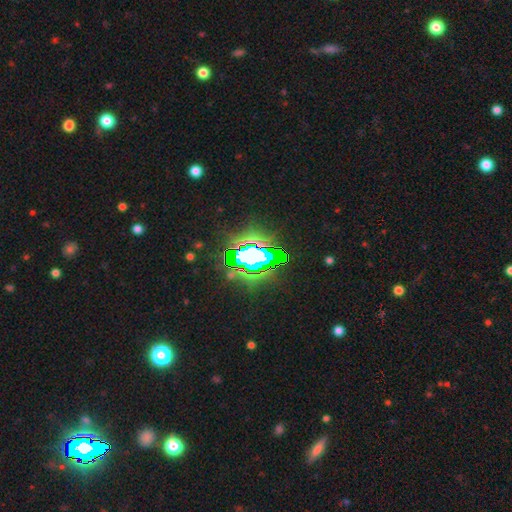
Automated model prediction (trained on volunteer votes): smooth_or_featured: star or artifact (p=0.73) [alt: smooth p=0.14]